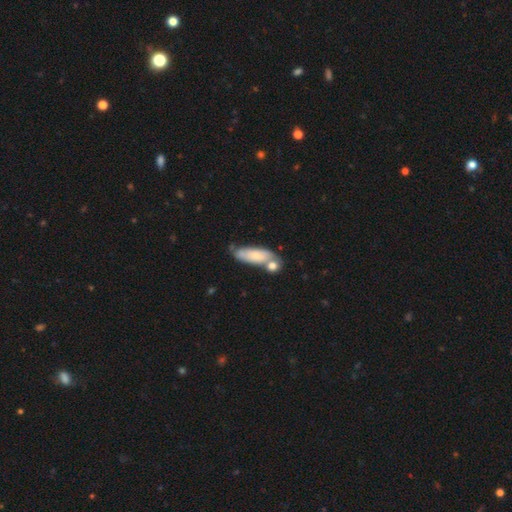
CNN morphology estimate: Smooth or featured: smooth — 67% (featured or disk — 26%)
How rounded: in between — 57% (cigar-shaped — 41%)
Merging: none — 47% (merger — 30%)